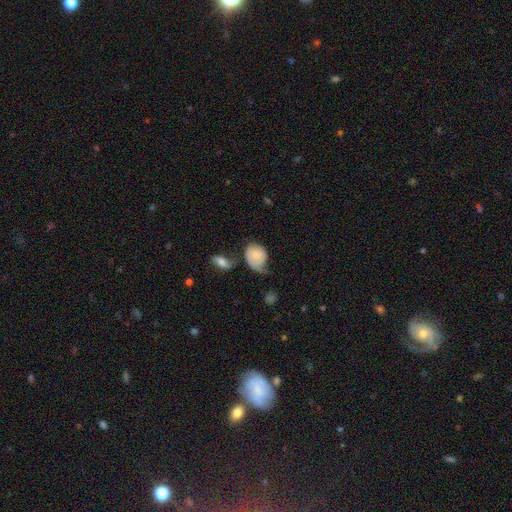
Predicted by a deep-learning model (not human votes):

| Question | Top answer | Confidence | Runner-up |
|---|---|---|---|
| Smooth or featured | smooth | 75% | featured or disk (17%) |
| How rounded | in between | 57% | round (42%) |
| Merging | minor disturbance | 38% | none (28%) |